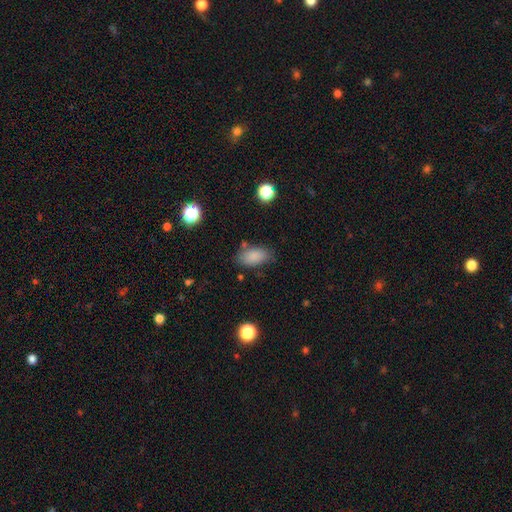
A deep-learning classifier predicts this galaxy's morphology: Smooth or featured: smooth — 85% (star or artifact — 9%)
How rounded: in between — 92% (round — 5%)
Merging: none — 73% (minor disturbance — 18%)